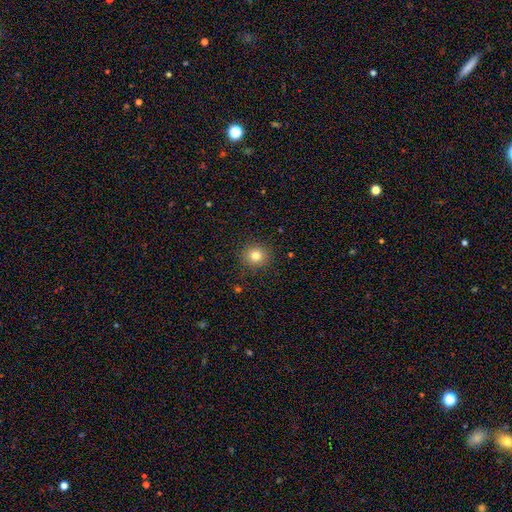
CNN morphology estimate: Smooth or featured: smooth — 80% (star or artifact — 12%)
How rounded: round — 90% (in between — 9%)
Merging: none — 89% (minor disturbance — 7%)